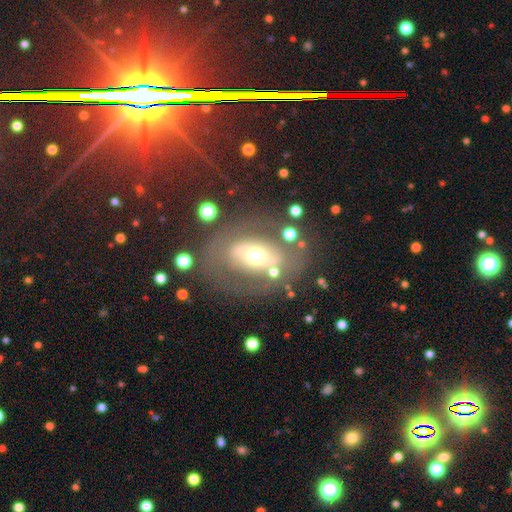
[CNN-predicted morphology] type=featured or disk (54%); edge-on=no (91%); merging=none (67%).